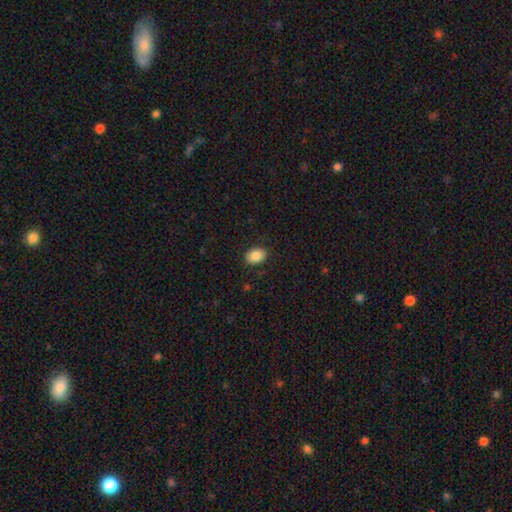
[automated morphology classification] Q: Smooth or featured?
A: smooth (85%); runner-up: star or artifact (8%)
Q: How rounded?
A: in between (74%); runner-up: round (25%)
Q: Merging?
A: none (87%); runner-up: minor disturbance (9%)